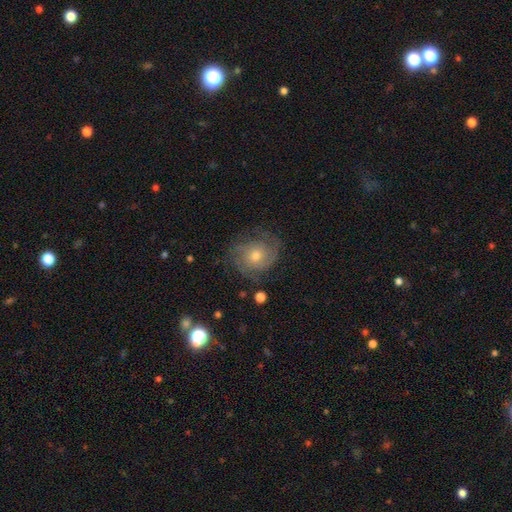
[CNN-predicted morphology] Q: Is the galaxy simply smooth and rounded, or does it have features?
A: featured or disk — 74%.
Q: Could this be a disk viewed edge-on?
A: no — 97%.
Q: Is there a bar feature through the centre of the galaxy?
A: no — 79%.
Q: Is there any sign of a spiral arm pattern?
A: yes — 92%.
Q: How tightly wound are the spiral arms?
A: tight — 57%.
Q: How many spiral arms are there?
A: can't tell — 34%.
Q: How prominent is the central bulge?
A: moderate — 60%.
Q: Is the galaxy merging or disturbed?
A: none — 74%.